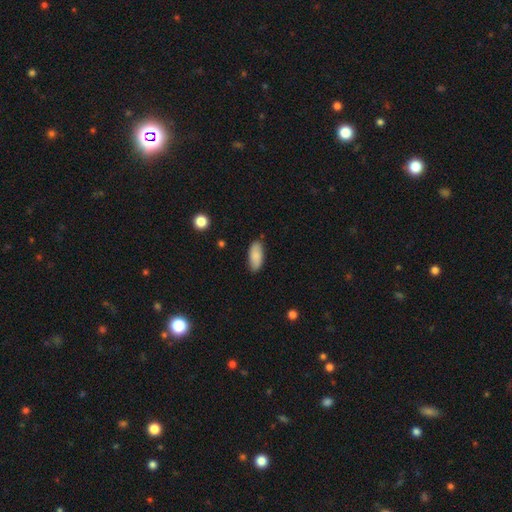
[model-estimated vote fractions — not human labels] Smooth or featured?
  - smooth: 86% *
  - featured or disk: 8%
  - star or artifact: 6%
How rounded?
  - in between: 86% *
  - cigar-shaped: 12%
  - round: 2%
Merging?
  - none: 83% *
  - minor disturbance: 13%
  - major disturbance: 2%
  - merger: 1%